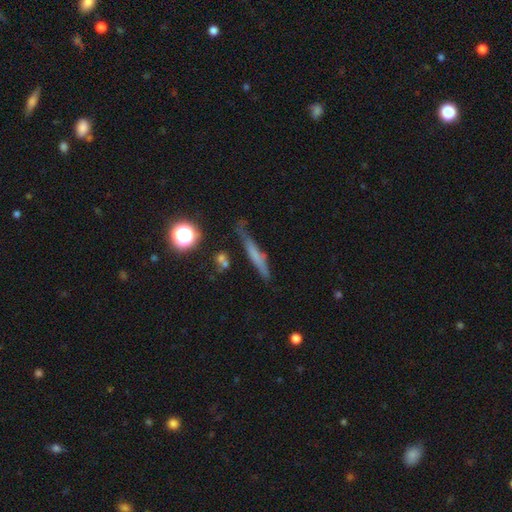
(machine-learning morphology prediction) The model was most divided on "smooth or featured": smooth: 50%, featured or disk: 39%, star or artifact: 12%. More confident: merging — none (69%).